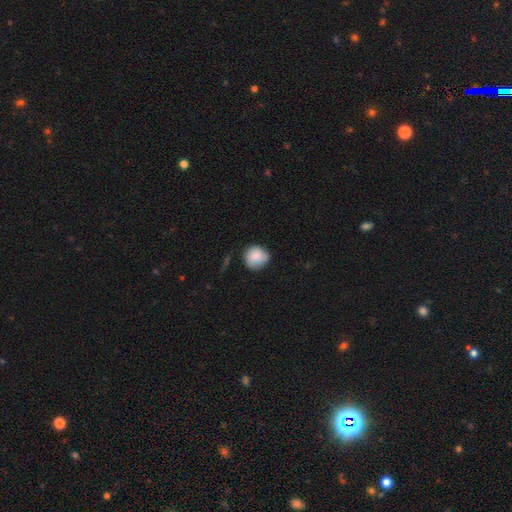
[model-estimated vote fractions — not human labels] Smooth or featured? smooth (84%)
How rounded? round (90%)
Merging? none (70%)